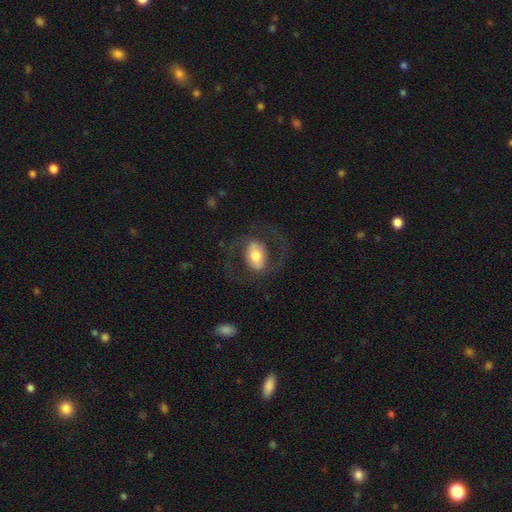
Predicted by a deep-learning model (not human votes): Smooth or featured: featured or disk — 53% (smooth — 40%)
Edge-on disk: no — 94% (yes — 6%)
Bar: no — 43% (weak — 30%)
Spiral arms: yes — 55% (no — 45%)
Bulge size: moderate — 61% (large — 22%)
Merging: none — 69% (major disturbance — 17%)